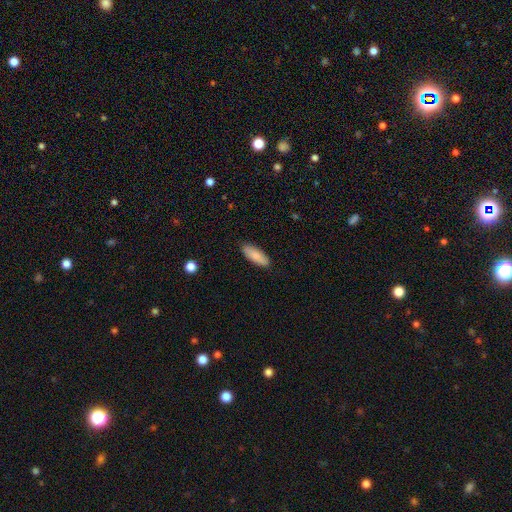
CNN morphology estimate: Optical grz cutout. It shows a smooth galaxy with no disk features (84%) that is in between round and cigar-shaped (66%). Merging: none (88%).